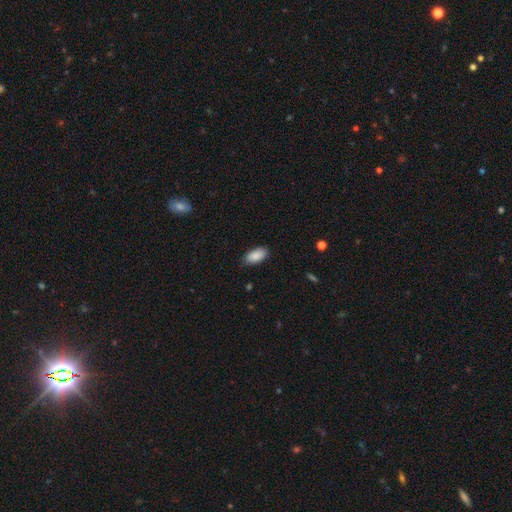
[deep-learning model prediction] Smooth or featured? Predicted: smooth (p=0.89). How rounded? Predicted: in between (p=0.93). Merging? Predicted: none (p=0.81).